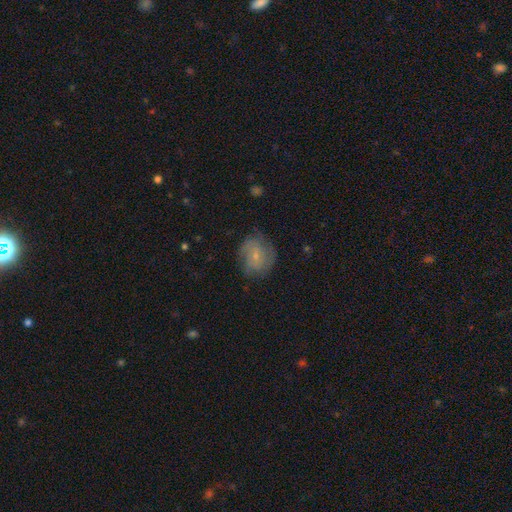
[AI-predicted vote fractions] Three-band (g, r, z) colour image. It shows a smooth galaxy with no disk features (49%). Merging: none (66%).